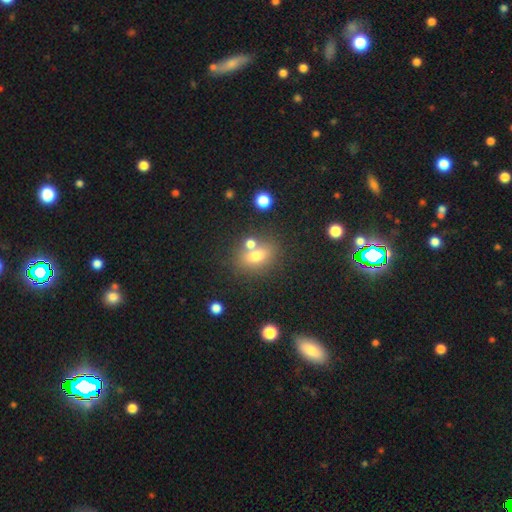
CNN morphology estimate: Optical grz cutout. It shows a smooth galaxy with no disk features (70%) that is in between round and cigar-shaped (66%). Merging: none (61%).